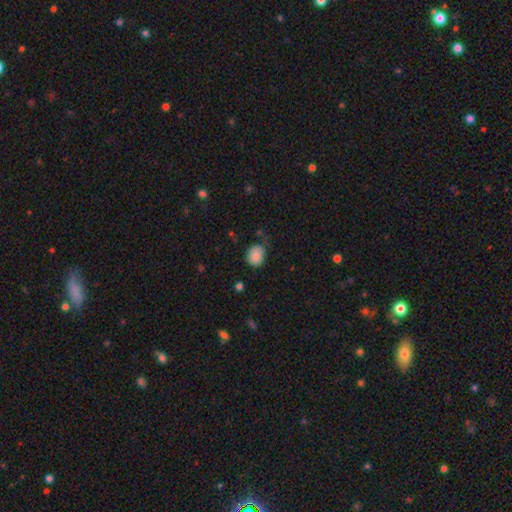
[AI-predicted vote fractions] Smooth or featured?
  - smooth: 84% *
  - star or artifact: 9%
  - featured or disk: 7%
How rounded?
  - round: 55% *
  - in between: 44%
  - cigar-shaped: 1%
Merging?
  - none: 61% *
  - minor disturbance: 28%
  - major disturbance: 8%
  - merger: 3%